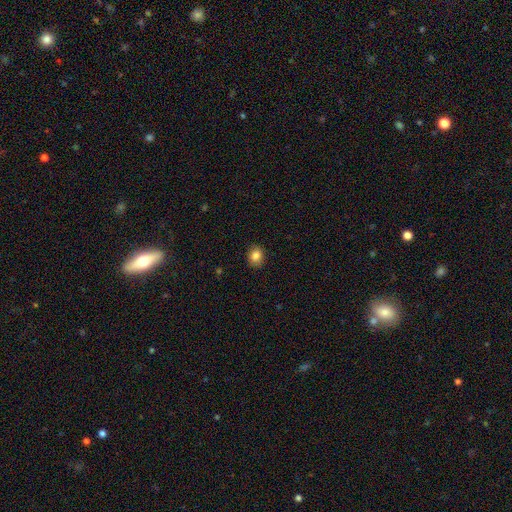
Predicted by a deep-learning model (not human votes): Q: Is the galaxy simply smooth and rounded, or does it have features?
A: smooth — 85%.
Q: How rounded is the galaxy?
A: round — 60%.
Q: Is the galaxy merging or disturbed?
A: none — 89%.